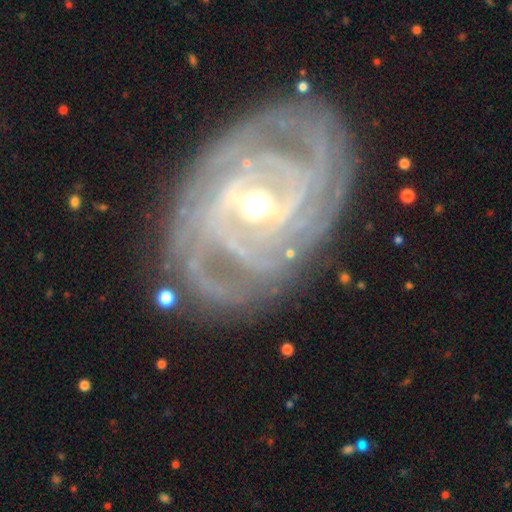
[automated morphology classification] smooth-or-featured: featured or disk: 91% | star or artifact: 5% | smooth: 4%
  disk-edge-on: no: 96% | yes: 4%
    bar: strong: 43% | weak: 38% | no: 19%
    has-spiral-arms: yes: 97% | no: 3%
      spiral-winding: tight: 67% | medium: 27% | loose: 7%
      spiral-arm-count: 2: 22% | 3: 21% | can't tell: 21% | 4: 18% | more than 4: 10% | 1: 8%
    bulge-size: moderate: 64% | small: 29% | large: 5% | none: 1% | dominant: 1%
  merging: none: 75% | minor disturbance: 15% | major disturbance: 7% | merger: 2%